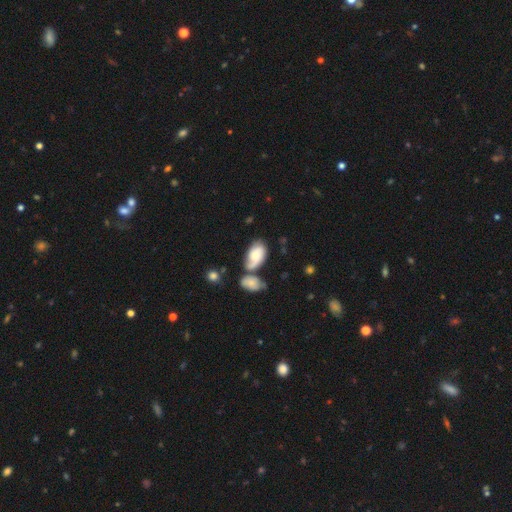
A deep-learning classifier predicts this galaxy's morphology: smooth-or-featured: smooth: 53% | featured or disk: 40% | star or artifact: 7%
  how-rounded: in between: 90% | round: 8% | cigar-shaped: 2%
  merging: merger: 38% | none: 31% | minor disturbance: 19% | major disturbance: 12%